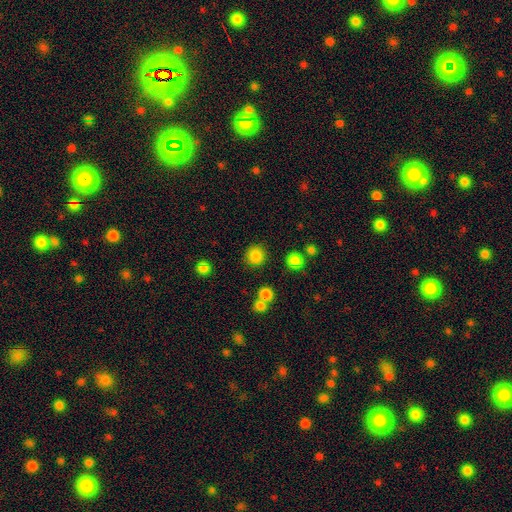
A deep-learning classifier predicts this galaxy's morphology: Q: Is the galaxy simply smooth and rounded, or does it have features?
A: smooth — 83%.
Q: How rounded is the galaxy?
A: round — 92%.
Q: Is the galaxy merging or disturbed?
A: none — 85%.